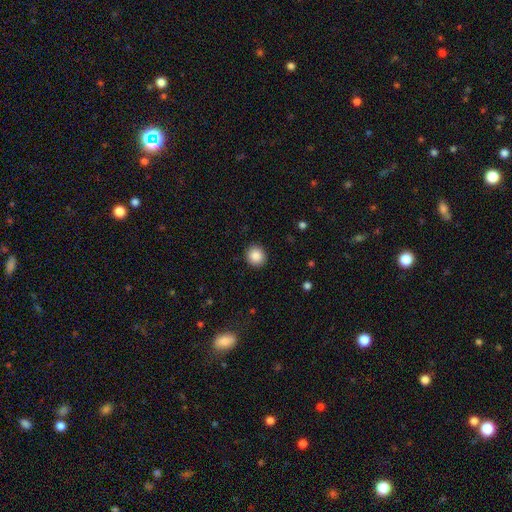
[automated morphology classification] smooth 87%, star or artifact 9%, featured or disk 4%. Down the decision tree: how rounded — round (90%); merging — none (92%).